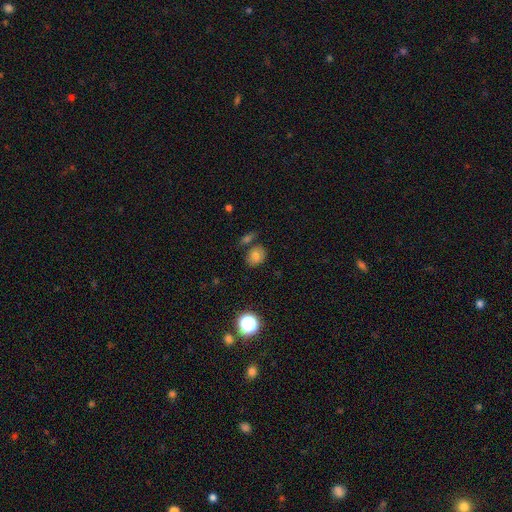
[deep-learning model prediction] smooth_or_featured: smooth (p=0.74) [alt: star or artifact p=0.15]
how_rounded: round (p=0.52) [alt: in between p=0.47]
merging: none (p=0.68) [alt: minor disturbance p=0.15]